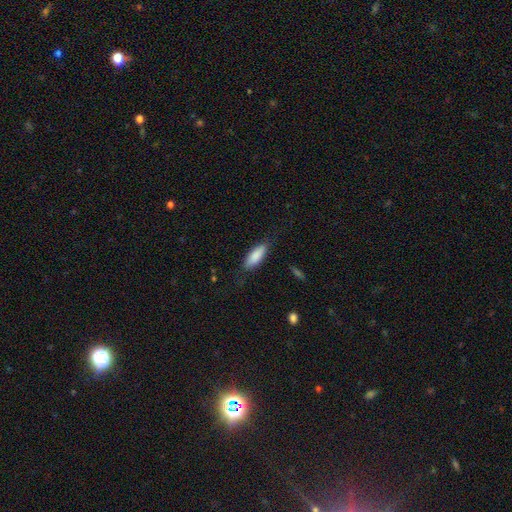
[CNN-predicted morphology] Q: Smooth or featured?
A: smooth (86%); runner-up: featured or disk (9%)
Q: How rounded?
A: in between (71%); runner-up: cigar-shaped (27%)
Q: Merging?
A: none (78%); runner-up: minor disturbance (17%)